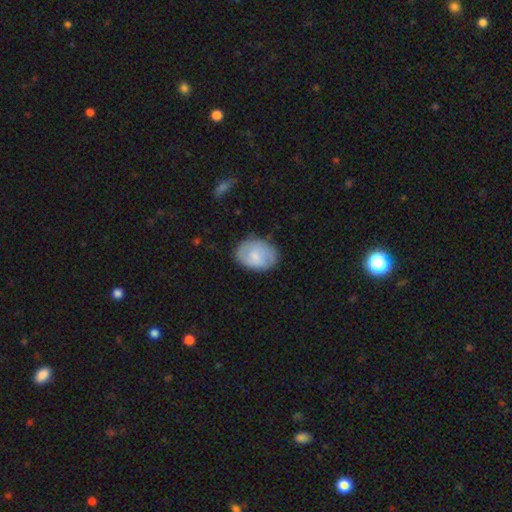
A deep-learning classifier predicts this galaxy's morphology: A smooth galaxy with no disk features (68%) that is in between round and cigar-shaped (73%).

Vote fractions:
- Smooth or featured? smooth: 68% / featured or disk: 26% / star or artifact: 6%
- How rounded? in between: 73% / round: 26% / cigar-shaped: 1%
- Merging? none: 77% / minor disturbance: 17% / major disturbance: 4% / merger: 1%